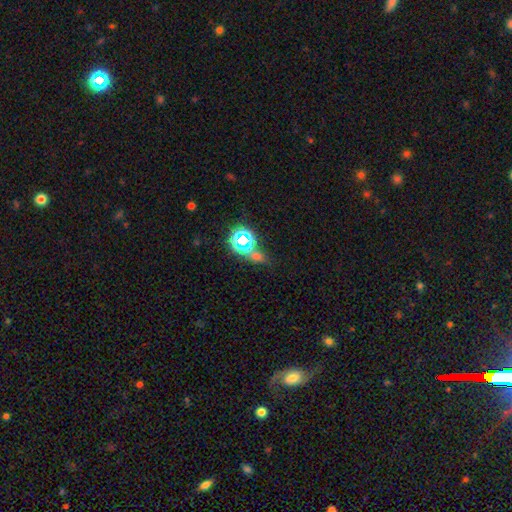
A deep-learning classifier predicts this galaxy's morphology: This is possibly a star or artifact rather than a galaxy (56%).